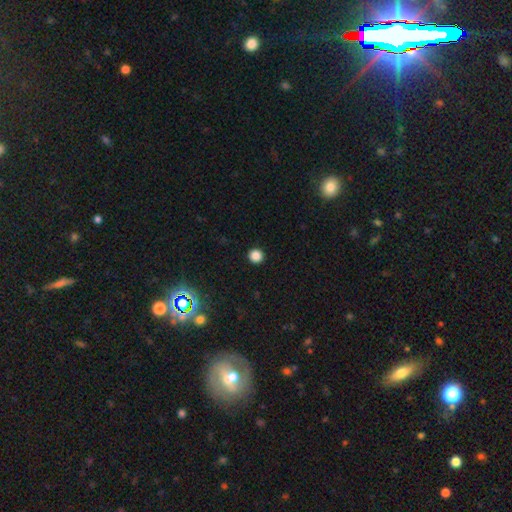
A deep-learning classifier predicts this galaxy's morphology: Smooth or featured? smooth (86%)
How rounded? round (96%)
Merging? none (94%)